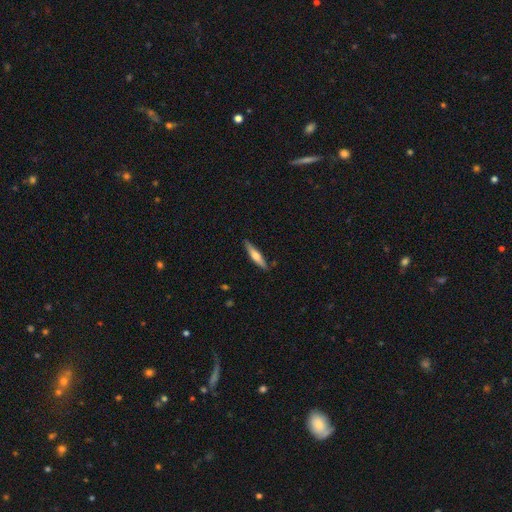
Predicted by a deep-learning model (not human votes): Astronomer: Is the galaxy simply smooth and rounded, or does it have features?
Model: smooth — 53% (runner-up: featured or disk, 42%).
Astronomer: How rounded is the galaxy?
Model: cigar-shaped — 85%.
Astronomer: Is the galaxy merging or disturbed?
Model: none — 87%.